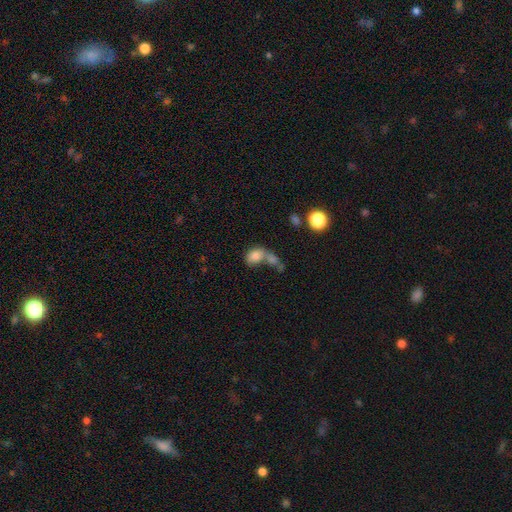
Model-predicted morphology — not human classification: This appears to be a smooth galaxy with no disk features (77%) that is in between round and cigar-shaped (72%). Merging: merger (57%).